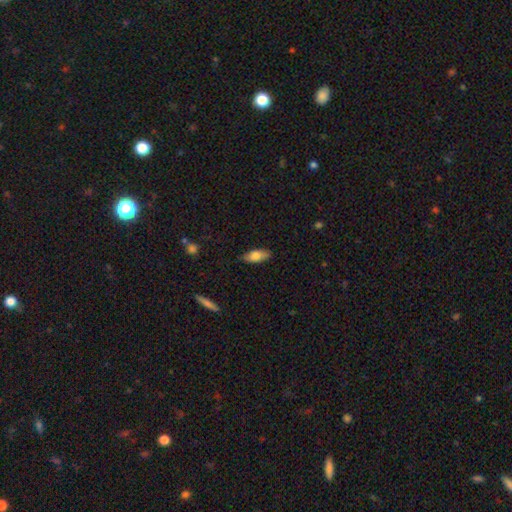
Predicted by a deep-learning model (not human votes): Overall: smooth (76%). How rounded: in between (78%). Merging: none (84%).